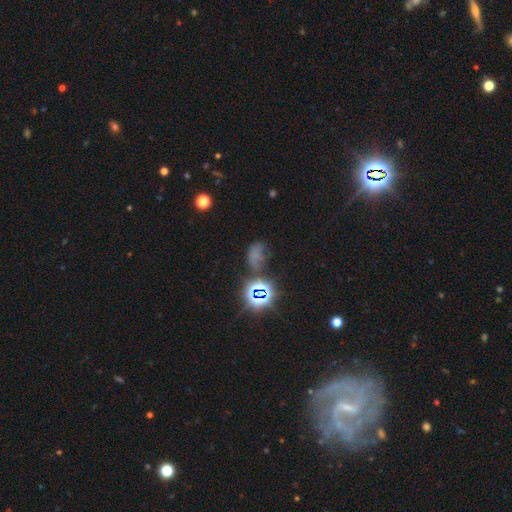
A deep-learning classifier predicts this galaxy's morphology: Q: Smooth or featured?
A: star or artifact (43%); runner-up: smooth (42%)